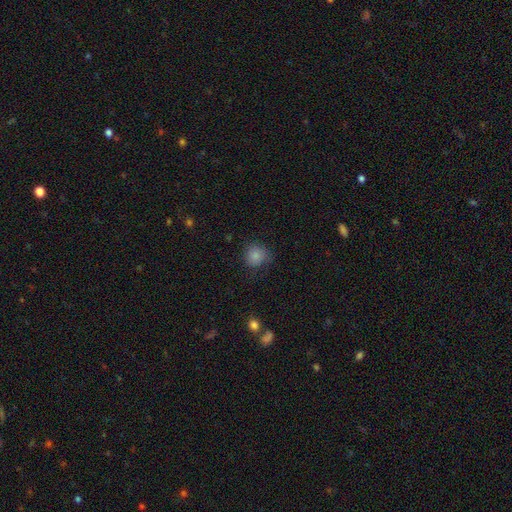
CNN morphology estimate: Smooth or featured: smooth — 84% (star or artifact — 10%)
How rounded: round — 86% (in between — 13%)
Merging: none — 72% (minor disturbance — 20%)